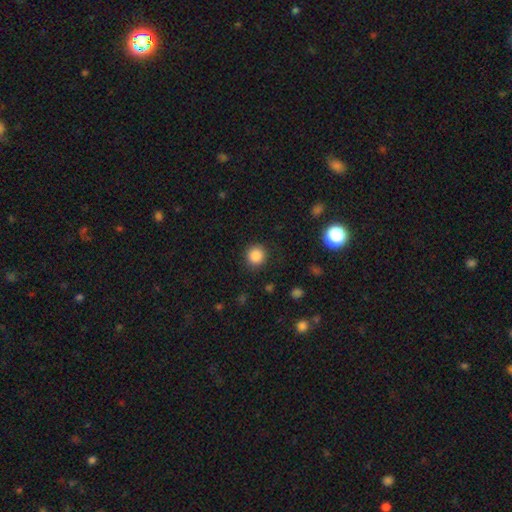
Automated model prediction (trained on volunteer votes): smooth_or_featured: smooth (p=0.86) [alt: star or artifact p=0.10]
how_rounded: round (p=0.93) [alt: in between p=0.06]
merging: none (p=0.90) [alt: minor disturbance p=0.06]